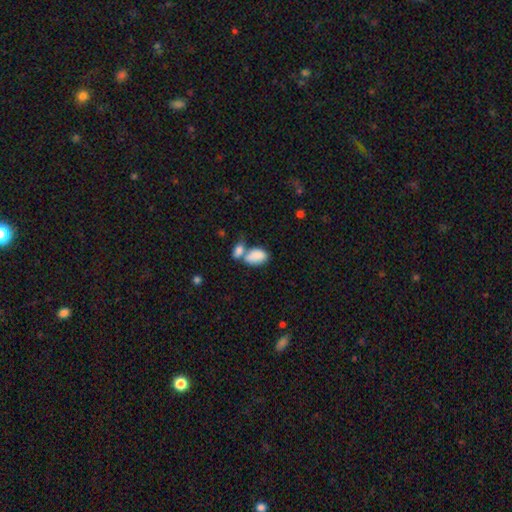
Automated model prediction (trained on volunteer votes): Smooth or featured?
  - smooth: 85% *
  - featured or disk: 8%
  - star or artifact: 7%
How rounded?
  - in between: 93% *
  - round: 5%
  - cigar-shaped: 2%
Merging?
  - merger: 53% *
  - none: 29%
  - minor disturbance: 12%
  - major disturbance: 7%